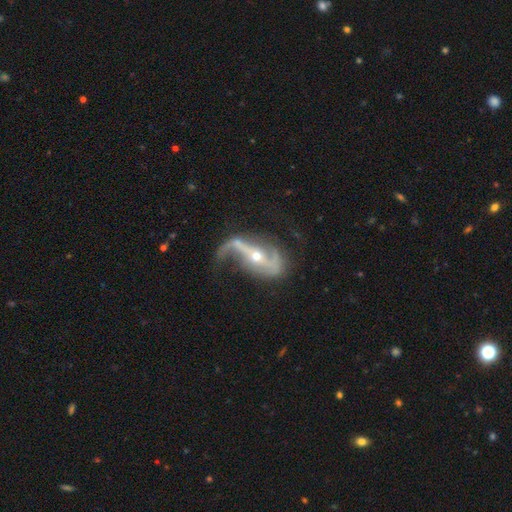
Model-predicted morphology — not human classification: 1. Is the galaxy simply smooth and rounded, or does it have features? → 89% featured or disk, 6% star or artifact, 5% smooth.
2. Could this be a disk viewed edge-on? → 90% no, 10% yes.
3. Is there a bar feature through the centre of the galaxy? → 53% strong, 25% no, 22% weak.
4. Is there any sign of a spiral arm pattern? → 94% yes, 6% no.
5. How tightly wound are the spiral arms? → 76% loose, 17% medium, 6% tight.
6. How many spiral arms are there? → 83% 2, 11% 1, 3% can't tell, 1% 3, 1% 4, 1% more than 4.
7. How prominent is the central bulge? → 57% small, 40% moderate, 1% large, 1% dominant, 1% none.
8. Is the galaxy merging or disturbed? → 49% none, 24% major disturbance, 23% minor disturbance, 4% merger.